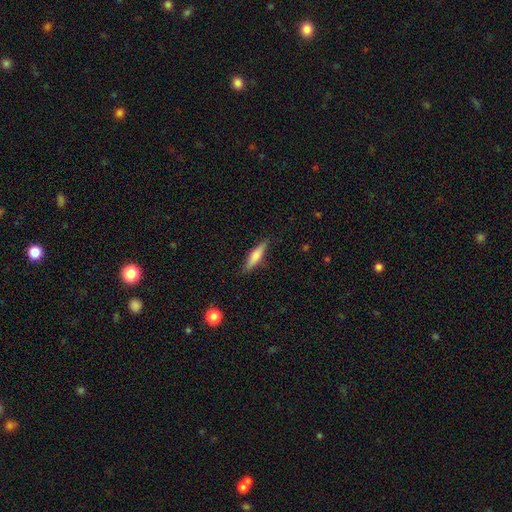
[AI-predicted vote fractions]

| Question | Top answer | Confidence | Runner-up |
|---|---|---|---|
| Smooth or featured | smooth | 65% | featured or disk (29%) |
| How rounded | cigar-shaped | 76% | in between (22%) |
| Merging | none | 85% | minor disturbance (11%) |